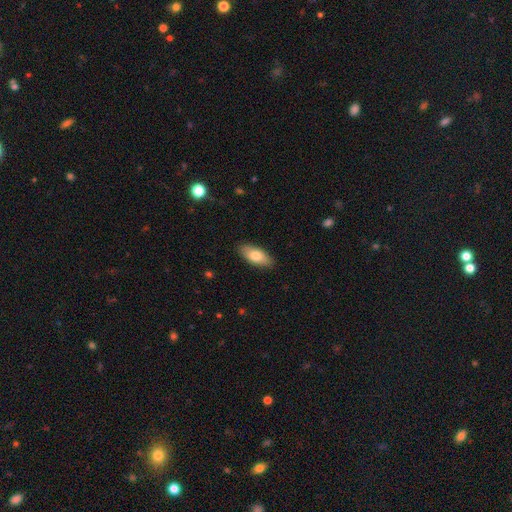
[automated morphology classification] Smooth or featured?
  - smooth: 79% *
  - featured or disk: 15%
  - star or artifact: 6%
How rounded?
  - in between: 88% *
  - cigar-shaped: 10%
  - round: 2%
Merging?
  - none: 88% *
  - minor disturbance: 9%
  - major disturbance: 2%
  - merger: 1%